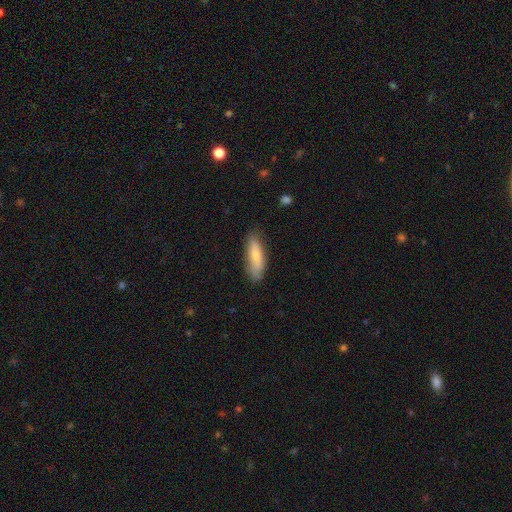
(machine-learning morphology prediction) Q: Smooth or featured?
A: smooth (77%); runner-up: featured or disk (18%)
Q: How rounded?
A: cigar-shaped (52%); runner-up: in between (46%)
Q: Merging?
A: none (79%); runner-up: minor disturbance (16%)